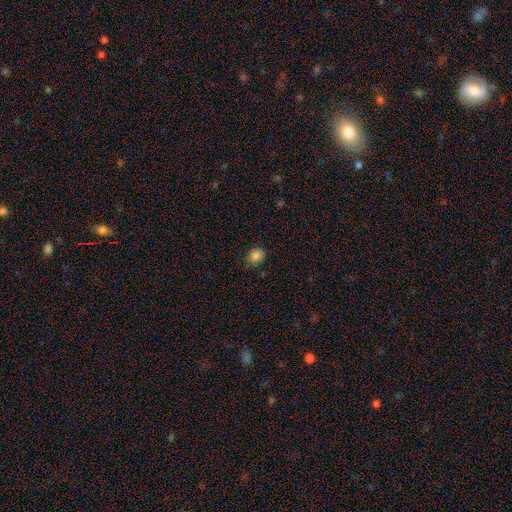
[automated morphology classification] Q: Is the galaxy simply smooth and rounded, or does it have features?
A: smooth — 84%.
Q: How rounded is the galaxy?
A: round — 74%.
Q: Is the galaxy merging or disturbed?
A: none — 81%.